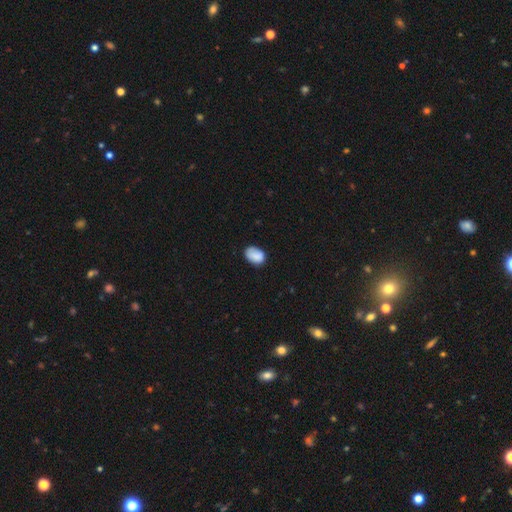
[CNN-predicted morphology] Q: Smooth or featured?
A: smooth (86%); runner-up: star or artifact (8%)
Q: How rounded?
A: in between (80%); runner-up: round (19%)
Q: Merging?
A: none (70%); runner-up: minor disturbance (23%)